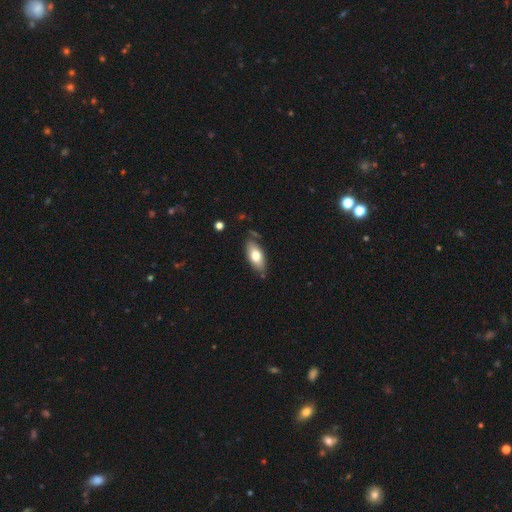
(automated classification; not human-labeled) Smooth or featured? smooth (72%)
How rounded? in between (86%)
Merging? none (77%)